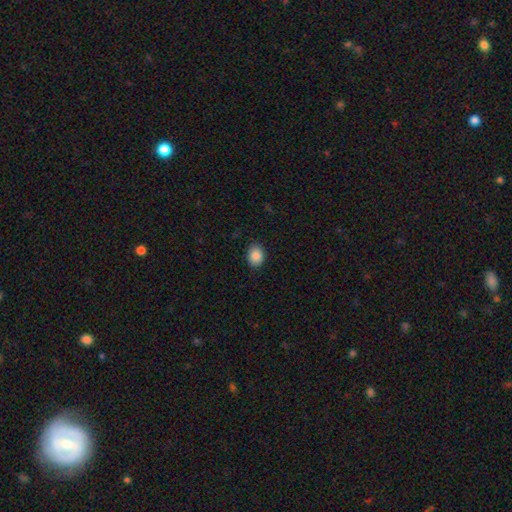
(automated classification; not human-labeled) Morphology: type=smooth (88%); roundness=in between (56%); merging=none (88%).